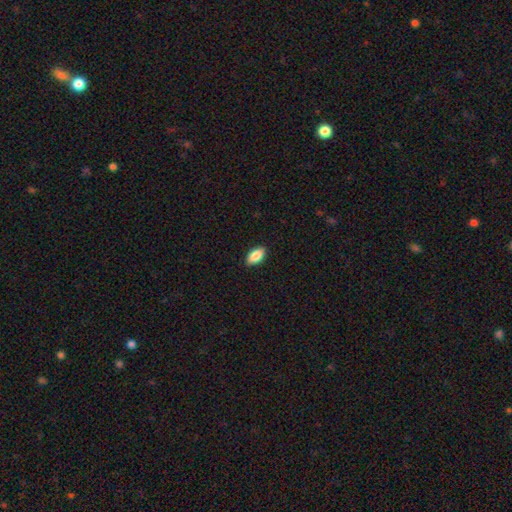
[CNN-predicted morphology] smooth-or-featured: smooth: 87% | star or artifact: 7% | featured or disk: 7%
  how-rounded: in between: 91% | cigar-shaped: 6% | round: 3%
  merging: none: 89% | minor disturbance: 8% | major disturbance: 2% | merger: 1%